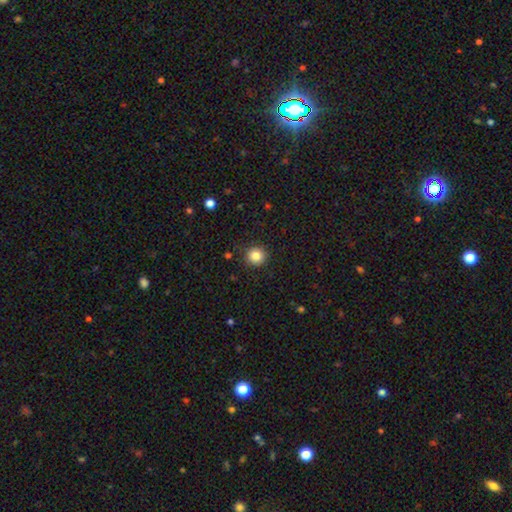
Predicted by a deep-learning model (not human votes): Smooth or featured: smooth — 84% (star or artifact — 11%)
How rounded: round — 93% (in between — 6%)
Merging: none — 90% (minor disturbance — 7%)